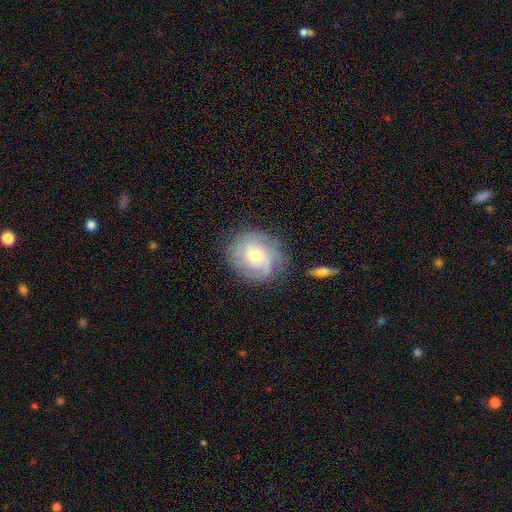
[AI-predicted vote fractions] A featured or disk galaxy (48%).

Vote fractions:
- Smooth or featured? featured or disk: 48% / smooth: 44% / star or artifact: 8%
- Merging? none: 73% / minor disturbance: 18% / major disturbance: 7% / merger: 3%